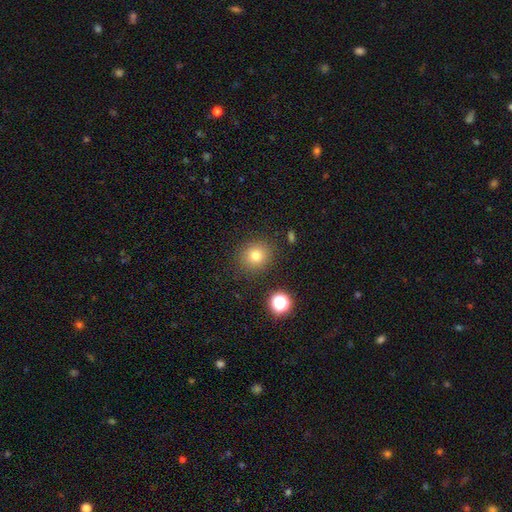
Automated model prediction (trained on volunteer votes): A smooth galaxy with no disk features (76%) that is round (88%).

Vote fractions:
- Smooth or featured? smooth: 76% / star or artifact: 15% / featured or disk: 9%
- How rounded? round: 88% / in between: 11% / cigar-shaped: 1%
- Merging? none: 87% / minor disturbance: 8% / major disturbance: 3% / merger: 2%